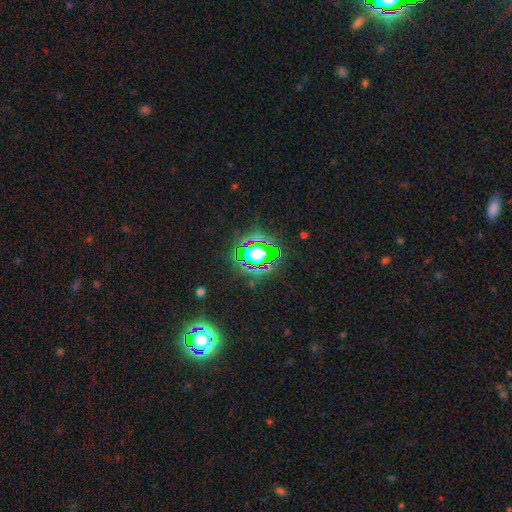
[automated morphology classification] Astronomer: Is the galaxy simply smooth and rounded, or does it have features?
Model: star or artifact — 81%.